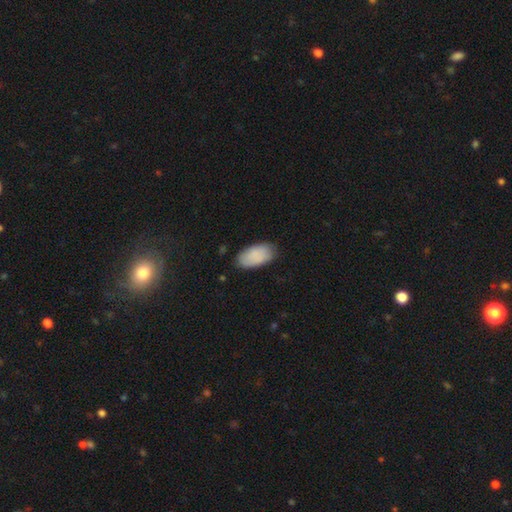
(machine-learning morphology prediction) type=smooth (88%); roundness=in between (95%); merging=none (81%).